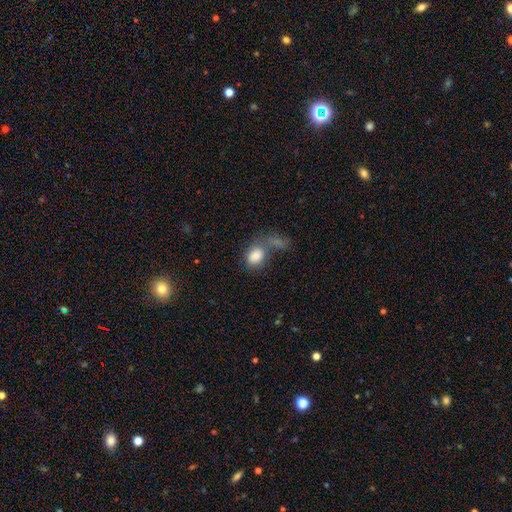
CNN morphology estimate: Smooth or featured?
  - smooth: 83% *
  - featured or disk: 9%
  - star or artifact: 8%
How rounded?
  - in between: 75% *
  - round: 23%
  - cigar-shaped: 2%
Merging?
  - merger: 36% *
  - none: 31%
  - major disturbance: 18%
  - minor disturbance: 16%